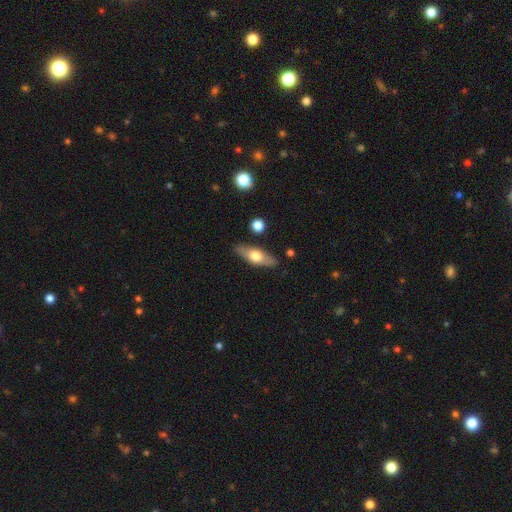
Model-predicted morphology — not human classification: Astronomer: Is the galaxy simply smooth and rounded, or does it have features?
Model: smooth — 50% (runner-up: featured or disk, 44%).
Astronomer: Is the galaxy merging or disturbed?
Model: none — 84%.